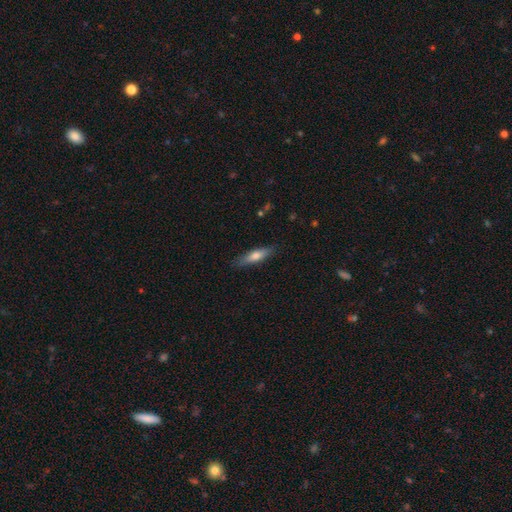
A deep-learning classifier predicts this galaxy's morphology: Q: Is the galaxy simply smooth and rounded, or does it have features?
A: smooth — 61%.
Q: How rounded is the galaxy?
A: cigar-shaped — 76%.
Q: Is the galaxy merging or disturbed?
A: none — 86%.